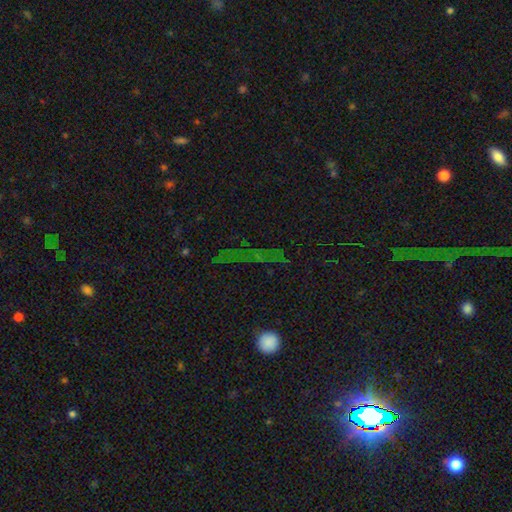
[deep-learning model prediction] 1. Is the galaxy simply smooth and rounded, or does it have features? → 75% star or artifact, 13% smooth, 12% featured or disk.